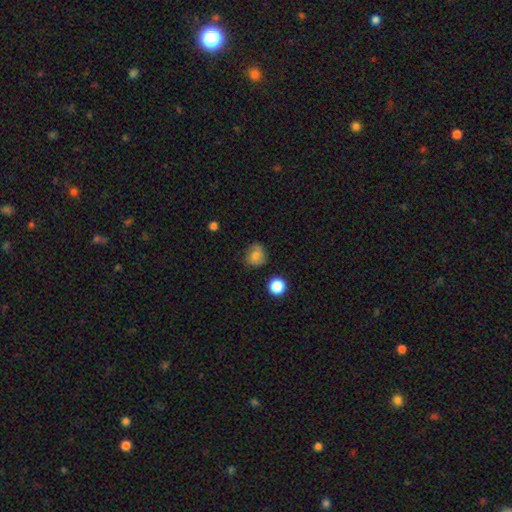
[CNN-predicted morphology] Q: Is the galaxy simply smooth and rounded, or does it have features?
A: smooth — 77%.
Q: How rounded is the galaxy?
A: round — 79%.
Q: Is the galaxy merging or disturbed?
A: none — 74%.